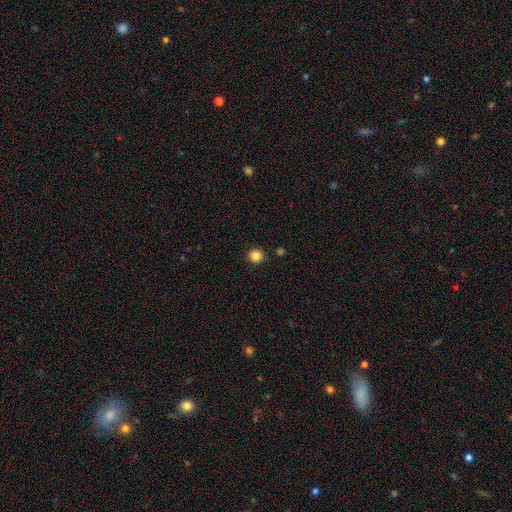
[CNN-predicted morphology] Overall: smooth (85%). How rounded: round (94%). Merging: none (90%).